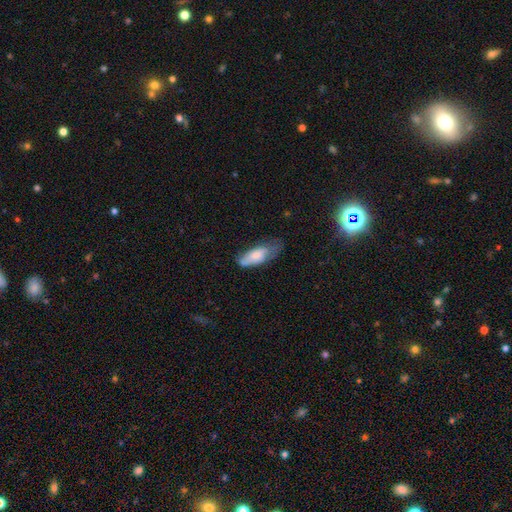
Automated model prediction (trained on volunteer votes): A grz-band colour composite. It shows a smooth galaxy with no disk features (68%) that is in between round and cigar-shaped (76%). Merging: none (42%).